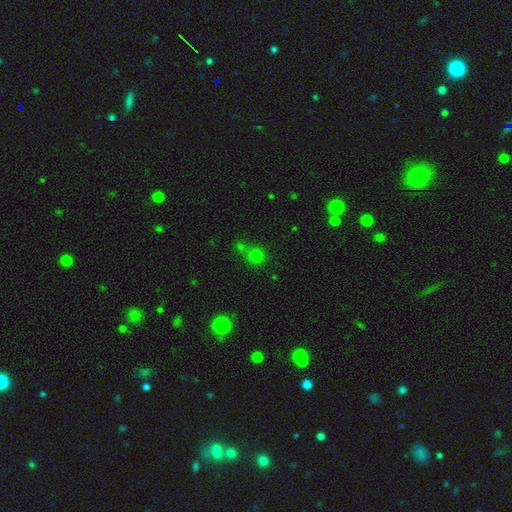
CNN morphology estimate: Smooth or featured: smooth — 68% (star or artifact — 25%)
How rounded: round — 88% (in between — 11%)
Merging: none — 55% (merger — 31%)